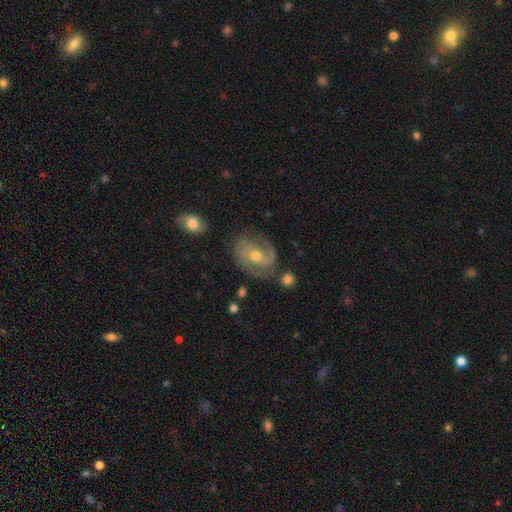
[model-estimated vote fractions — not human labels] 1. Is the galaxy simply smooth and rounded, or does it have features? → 80% featured or disk, 12% smooth, 7% star or artifact.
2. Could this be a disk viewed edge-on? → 97% no, 3% yes.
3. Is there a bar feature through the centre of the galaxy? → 55% no, 35% weak, 10% strong.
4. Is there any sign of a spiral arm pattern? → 92% yes, 8% no.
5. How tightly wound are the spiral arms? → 45% medium, 38% tight, 18% loose.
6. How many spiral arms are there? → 70% 2, 12% can't tell, 7% 1, 7% 3, 2% 4, 2% more than 4.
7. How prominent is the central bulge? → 68% moderate, 27% small, 3% large, 1% none, 1% dominant.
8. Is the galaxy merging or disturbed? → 68% none, 20% minor disturbance, 9% major disturbance, 3% merger.